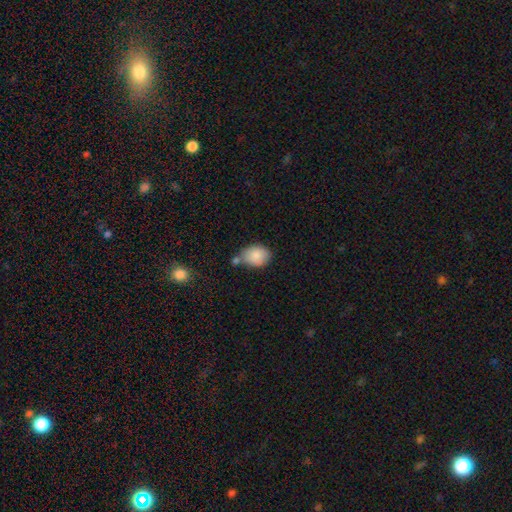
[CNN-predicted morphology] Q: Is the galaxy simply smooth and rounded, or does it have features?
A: smooth — 86%.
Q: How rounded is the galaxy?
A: in between — 69%.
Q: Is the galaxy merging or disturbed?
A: none — 57%.